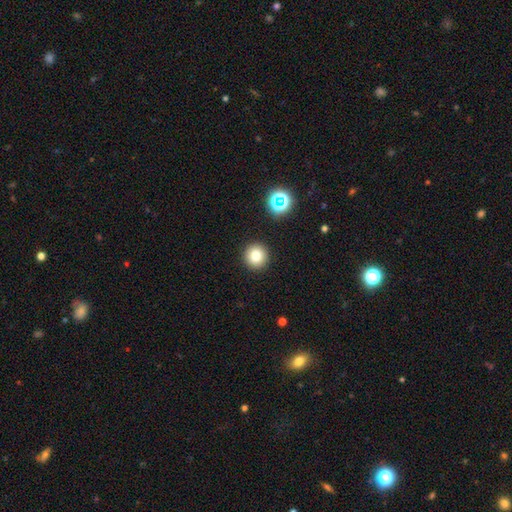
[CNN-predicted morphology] This is likely a smooth galaxy (79%). How rounded: clearly round (95%). Merging: clearly none (92%).